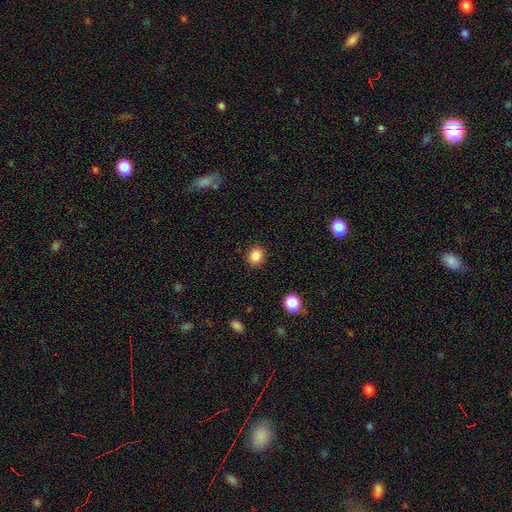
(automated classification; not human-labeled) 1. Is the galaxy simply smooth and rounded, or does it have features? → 86% smooth, 10% star or artifact, 4% featured or disk.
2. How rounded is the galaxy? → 77% round, 22% in between, 1% cigar-shaped.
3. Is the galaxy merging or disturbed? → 89% none, 7% minor disturbance, 2% major disturbance, 1% merger.